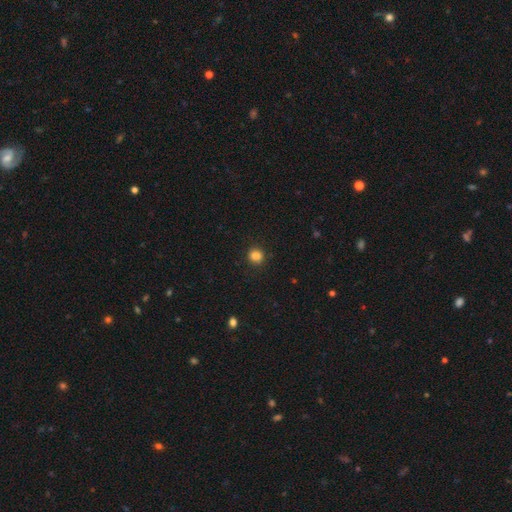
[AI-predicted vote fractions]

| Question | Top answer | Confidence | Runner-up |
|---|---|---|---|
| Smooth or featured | smooth | 85% | star or artifact (12%) |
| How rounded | round | 84% | in between (15%) |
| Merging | none | 87% | minor disturbance (9%) |